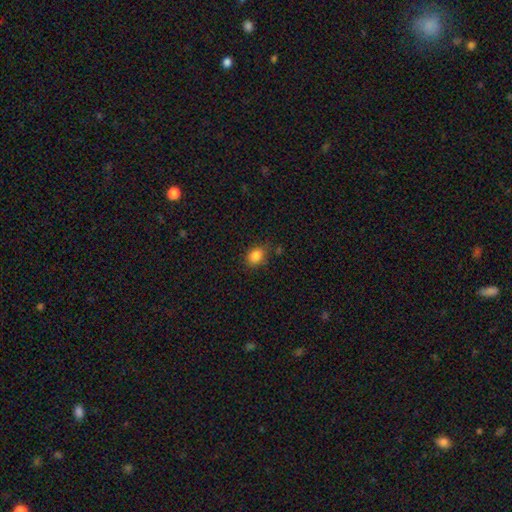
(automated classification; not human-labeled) smooth-or-featured: smooth: 86% | star or artifact: 10% | featured or disk: 4%
  how-rounded: in between: 65% | round: 33% | cigar-shaped: 1%
  merging: none: 78% | minor disturbance: 16% | major disturbance: 4% | merger: 2%